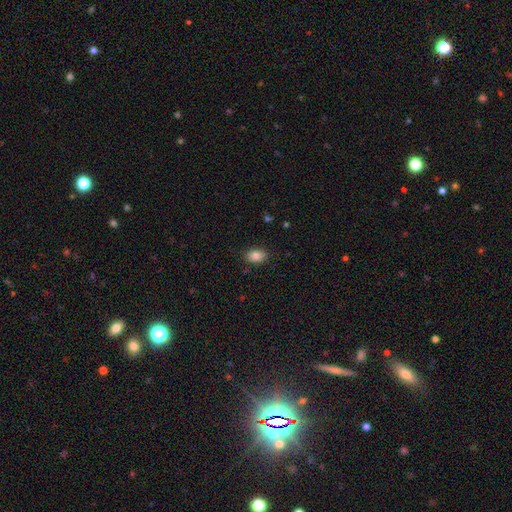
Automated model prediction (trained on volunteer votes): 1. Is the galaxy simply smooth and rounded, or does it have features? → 86% smooth, 9% star or artifact, 5% featured or disk.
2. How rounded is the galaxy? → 81% in between, 17% round, 1% cigar-shaped.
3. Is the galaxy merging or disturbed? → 86% none, 11% minor disturbance, 3% major disturbance, 1% merger.